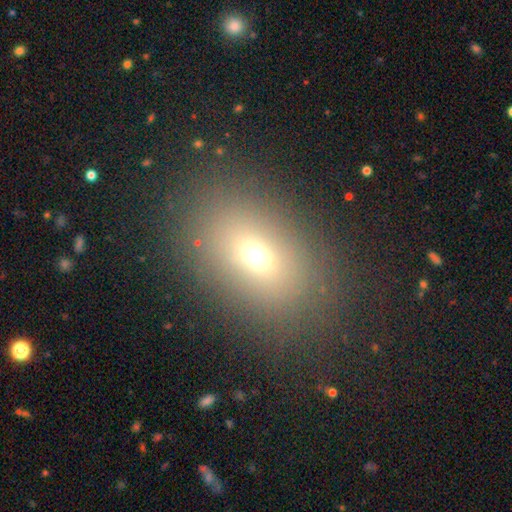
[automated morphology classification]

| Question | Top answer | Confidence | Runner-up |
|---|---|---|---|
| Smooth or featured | smooth | 65% | star or artifact (20%) |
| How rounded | in between | 75% | round (22%) |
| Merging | none | 84% | minor disturbance (9%) |